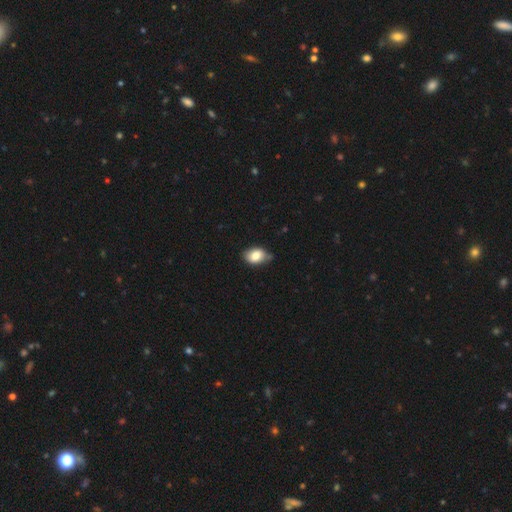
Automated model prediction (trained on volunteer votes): smooth 80%, featured or disk 12%, star or artifact 8%. Down the decision tree: how rounded — in between (79%); merging — none (67%).